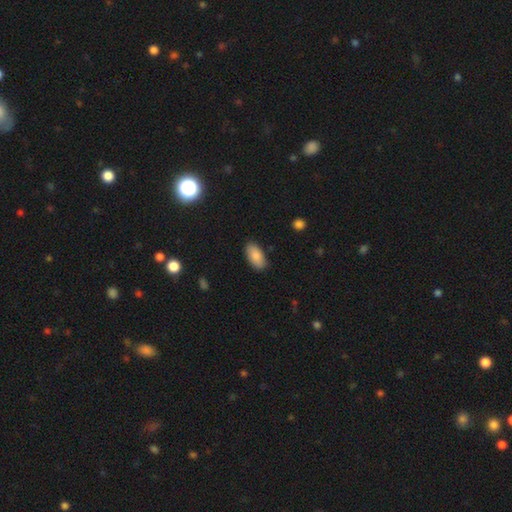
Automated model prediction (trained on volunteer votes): Smooth or featured?
  - smooth: 87% *
  - star or artifact: 7%
  - featured or disk: 6%
How rounded?
  - in between: 93% *
  - cigar-shaped: 5%
  - round: 2%
Merging?
  - none: 86% *
  - minor disturbance: 11%
  - major disturbance: 2%
  - merger: 1%